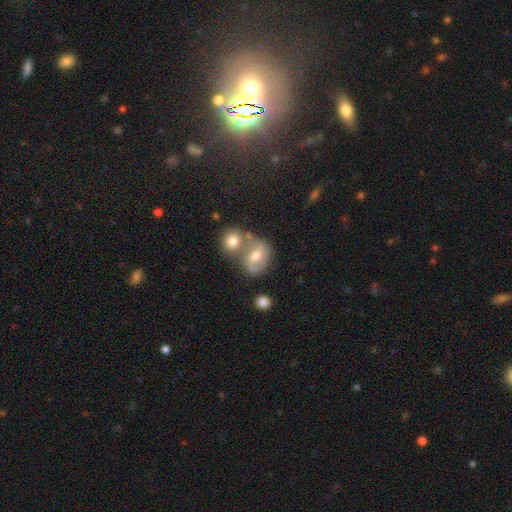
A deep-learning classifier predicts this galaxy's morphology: Smooth or featured? smooth (46%)
Merging? merger (40%)